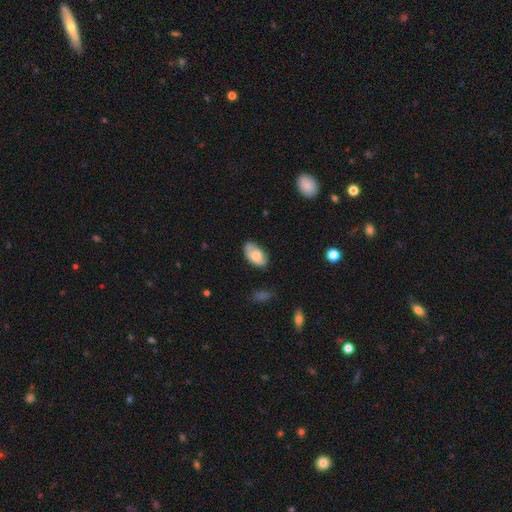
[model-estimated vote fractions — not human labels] Morphology: type=smooth (67%); roundness=in between (93%); merging=none (61%).